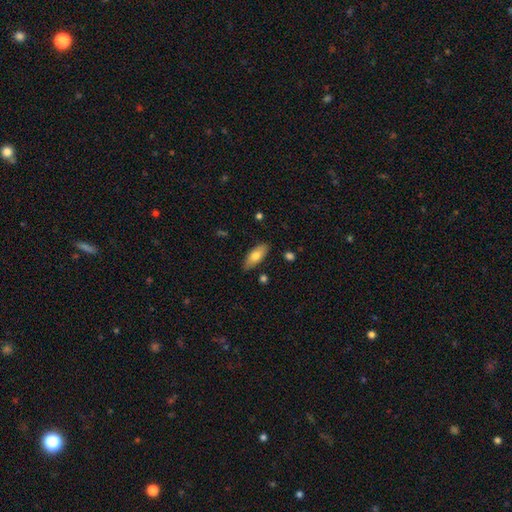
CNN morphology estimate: Smooth or featured: smooth — 73% (featured or disk — 21%)
How rounded: in between — 80% (cigar-shaped — 18%)
Merging: none — 85% (minor disturbance — 11%)